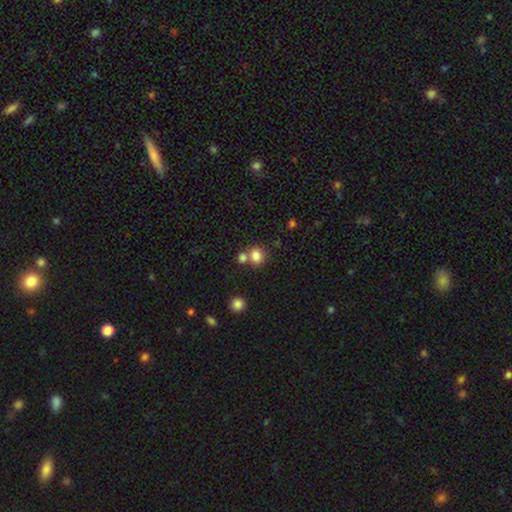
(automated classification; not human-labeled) This appears to be a smooth galaxy with no disk features (82%) that is round (73%). Merging: none (58%).